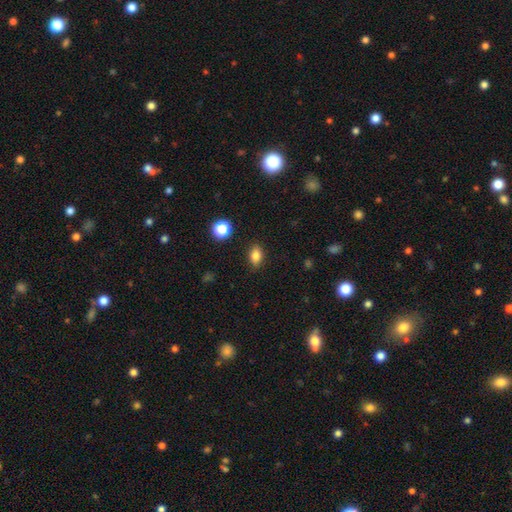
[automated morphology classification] A smooth galaxy with no disk features (83%) that is in between round and cigar-shaped (80%).

Vote fractions:
- Smooth or featured? smooth: 83% / star or artifact: 11% / featured or disk: 6%
- How rounded? in between: 80% / round: 17% / cigar-shaped: 2%
- Merging? none: 86% / minor disturbance: 10% / major disturbance: 3% / merger: 1%